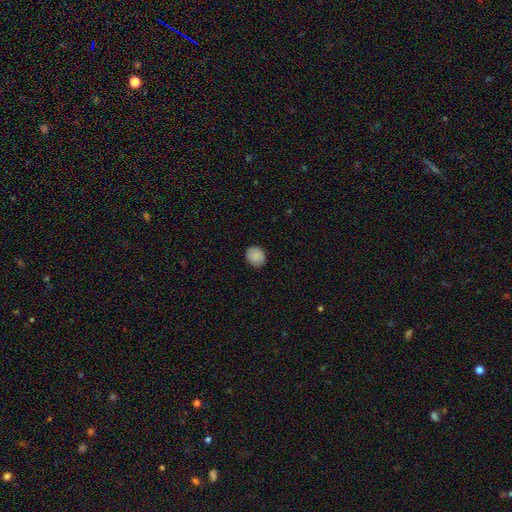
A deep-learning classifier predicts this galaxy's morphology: A smooth galaxy with no disk features (88%) that is round (73%). Merging: none (88%).